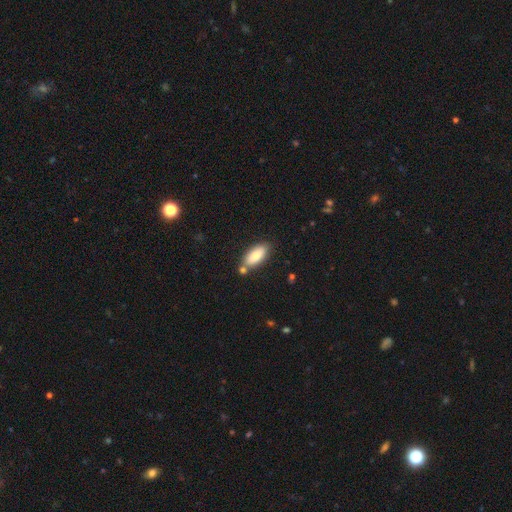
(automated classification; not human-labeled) Q: Smooth or featured?
A: smooth (80%); runner-up: featured or disk (14%)
Q: How rounded?
A: in between (85%); runner-up: cigar-shaped (13%)
Q: Merging?
A: none (69%); runner-up: merger (15%)